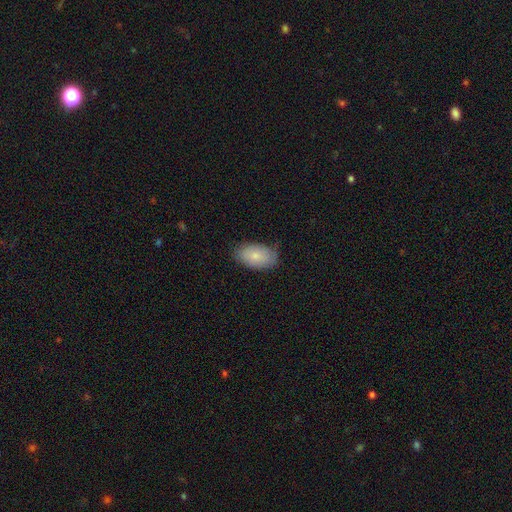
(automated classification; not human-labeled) Smooth or featured?
  - smooth: 80% *
  - featured or disk: 13%
  - star or artifact: 6%
How rounded?
  - in between: 94% *
  - round: 4%
  - cigar-shaped: 2%
Merging?
  - none: 77% *
  - minor disturbance: 19%
  - major disturbance: 3%
  - merger: 1%